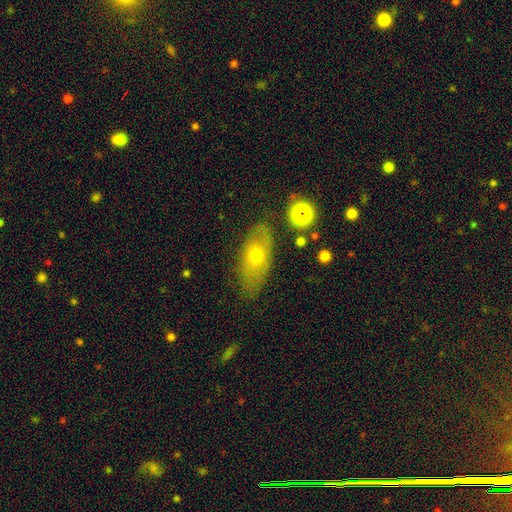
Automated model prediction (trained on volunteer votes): Morphology: type=smooth (57%); roundness=in between (79%); merging=none (75%).